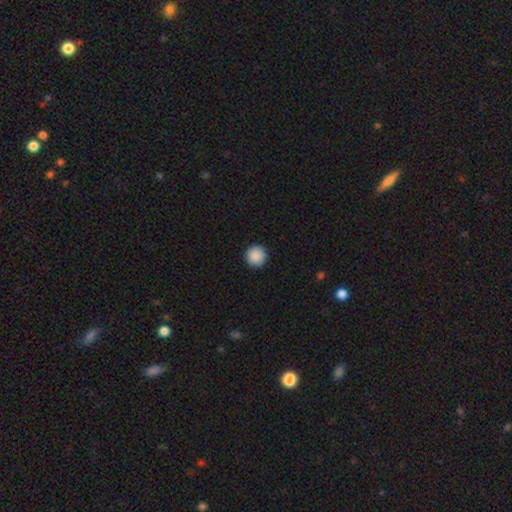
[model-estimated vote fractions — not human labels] Q: Smooth or featured?
A: smooth (90%); runner-up: star or artifact (8%)
Q: How rounded?
A: round (96%); runner-up: in between (3%)
Q: Merging?
A: none (93%); runner-up: minor disturbance (4%)